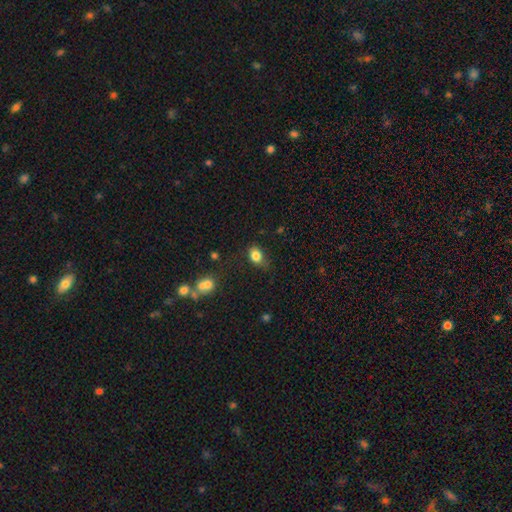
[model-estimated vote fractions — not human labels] A smooth galaxy with no disk features (84%) that is in between round and cigar-shaped (66%). Merging: none (66%).